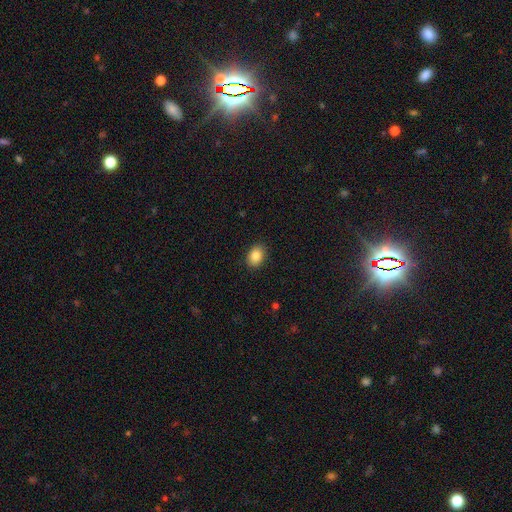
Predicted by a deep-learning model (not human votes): A smooth galaxy with no disk features (85%) that is in between round and cigar-shaped (71%). Merging: none (89%).